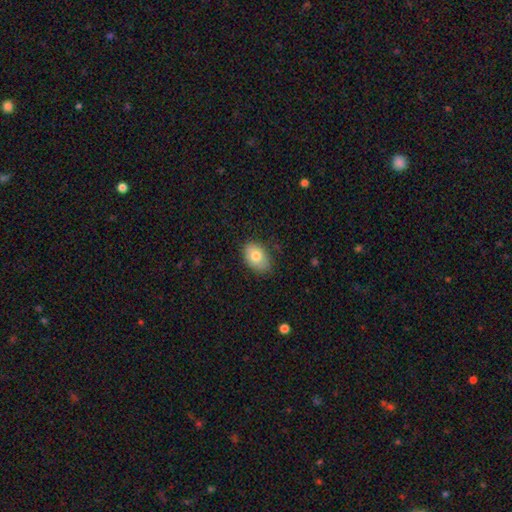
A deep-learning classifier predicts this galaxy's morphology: The model was most divided on "merging": none: 78%, minor disturbance: 17%, major disturbance: 3%, merger: 1%. More confident: how rounded — in between (85%); smooth or featured — smooth (78%).